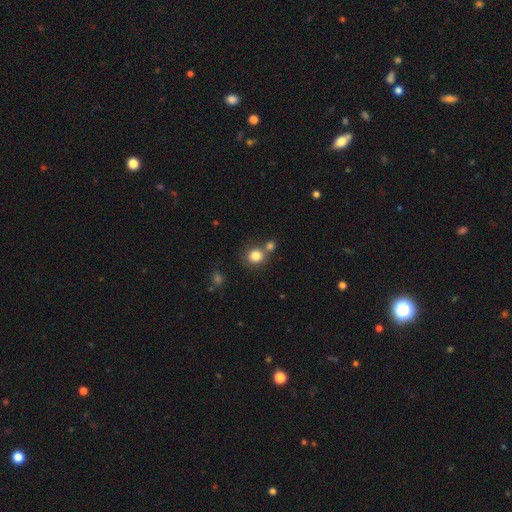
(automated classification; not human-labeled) Q: Smooth or featured?
A: smooth (82%); runner-up: star or artifact (11%)
Q: How rounded?
A: round (86%); runner-up: in between (13%)
Q: Merging?
A: none (61%); runner-up: merger (26%)